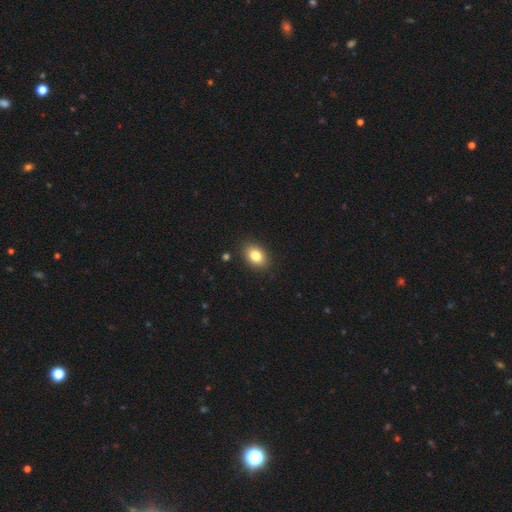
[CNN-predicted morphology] Smooth or featured? smooth (82%)
How rounded? in between (76%)
Merging? none (88%)